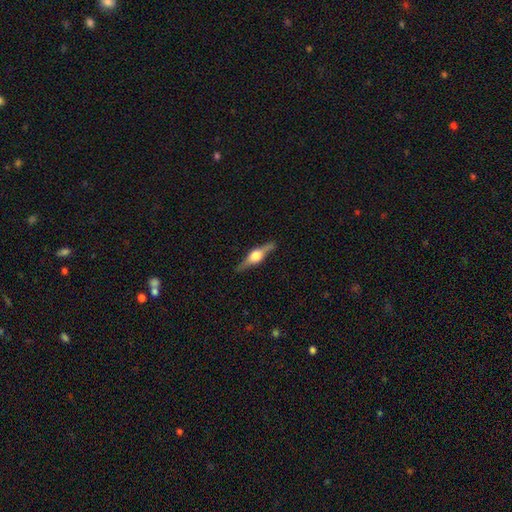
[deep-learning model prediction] A featured or disk galaxy (78%) viewed edge-on (97%) with a rounded central bulge (93%).

Vote fractions:
- Smooth or featured? featured or disk: 78% / smooth: 16% / star or artifact: 6%
- Edge-on disk? yes: 97% / no: 3%
- Edge-on bulge? rounded: 93% / boxy: 6% / none: 1%
- Merging? none: 88% / minor disturbance: 9% / major disturbance: 2% / merger: 1%